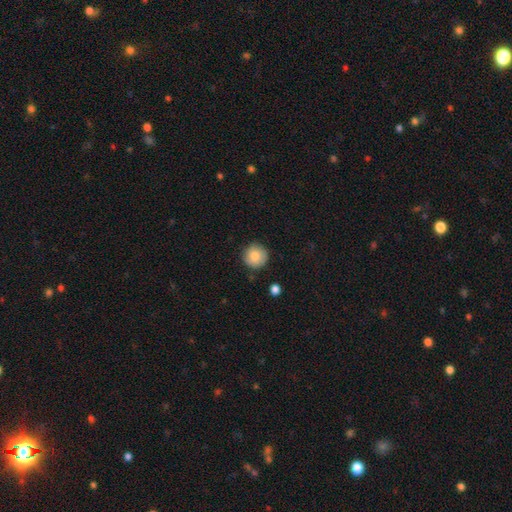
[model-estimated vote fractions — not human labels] smooth_or_featured: smooth (p=0.84) [alt: featured or disk p=0.08]
how_rounded: round (p=0.94) [alt: in between p=0.05]
merging: none (p=0.85) [alt: minor disturbance p=0.11]